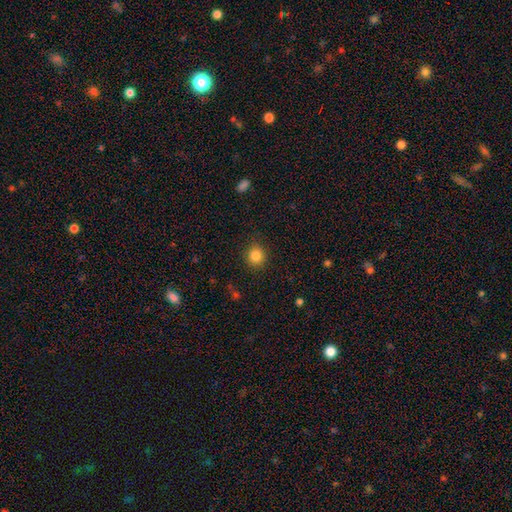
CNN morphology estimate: This appears to be a smooth galaxy with no disk features (84%) that is round (87%). Merging: none (88%).